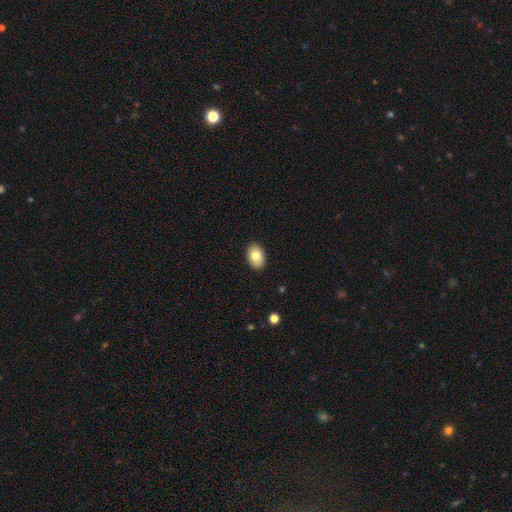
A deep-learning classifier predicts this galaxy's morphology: type=smooth (79%); roundness=in between (85%); merging=none (90%).